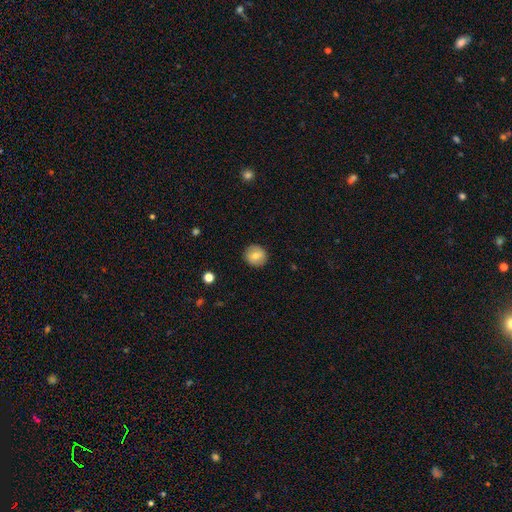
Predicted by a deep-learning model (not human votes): A smooth galaxy with no disk features (70%) that is round (89%). Merging: none (89%).